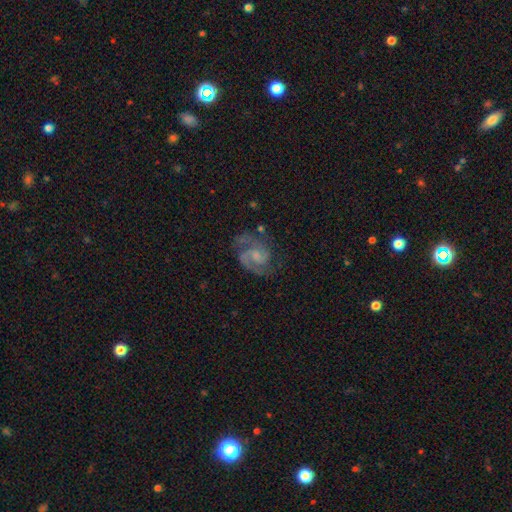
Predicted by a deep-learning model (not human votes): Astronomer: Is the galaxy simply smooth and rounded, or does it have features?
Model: featured or disk — 86%.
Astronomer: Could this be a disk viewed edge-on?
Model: no — 98%.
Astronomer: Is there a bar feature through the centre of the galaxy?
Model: no — 47% (runner-up: weak, 45%).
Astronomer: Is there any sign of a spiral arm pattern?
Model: yes — 96%.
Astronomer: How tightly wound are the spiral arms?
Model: medium — 58%.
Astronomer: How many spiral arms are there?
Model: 2 — 87%.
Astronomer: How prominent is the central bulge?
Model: small — 41% (runner-up: moderate, 29%).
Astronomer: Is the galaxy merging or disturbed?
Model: none — 67%.